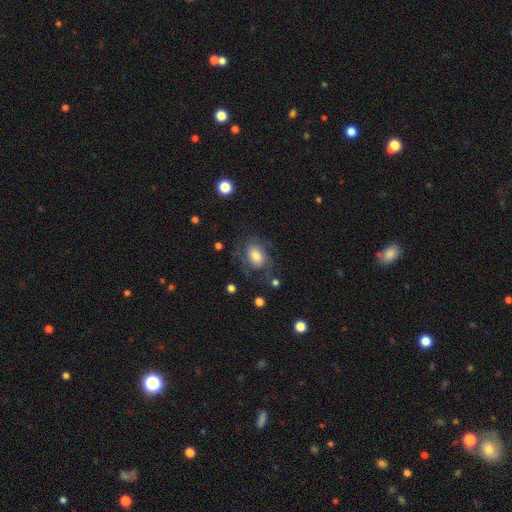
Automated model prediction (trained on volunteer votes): smooth_or_featured: smooth (p=0.46) [alt: featured or disk p=0.45]
merging: none (p=0.58) [alt: minor disturbance p=0.21]